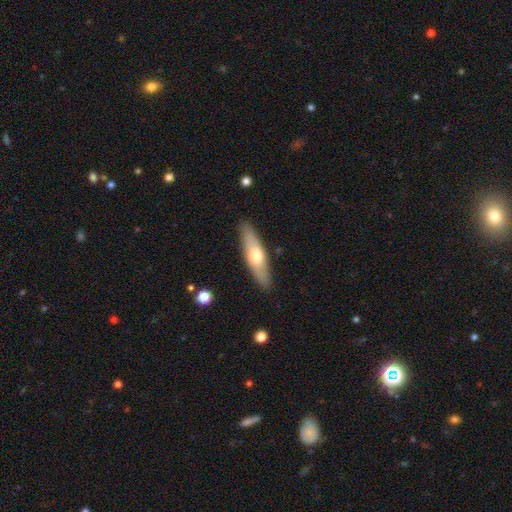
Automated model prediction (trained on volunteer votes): The model was most divided on "smooth or featured": smooth: 55%, featured or disk: 40%, star or artifact: 5%. More confident: merging — none (89%); how rounded — cigar-shaped (64%).